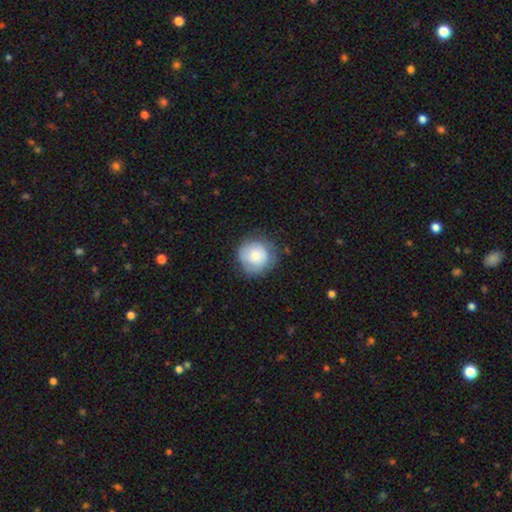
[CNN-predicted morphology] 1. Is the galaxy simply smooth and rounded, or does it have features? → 70% smooth, 23% featured or disk, 7% star or artifact.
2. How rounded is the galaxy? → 91% round, 8% in between, 1% cigar-shaped.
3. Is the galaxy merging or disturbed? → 70% none, 21% minor disturbance, 7% major disturbance, 1% merger.